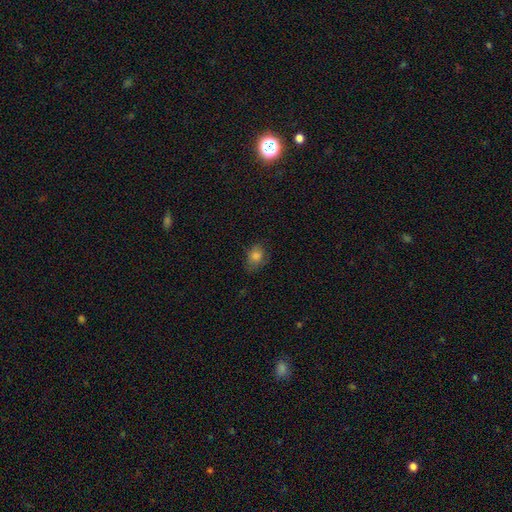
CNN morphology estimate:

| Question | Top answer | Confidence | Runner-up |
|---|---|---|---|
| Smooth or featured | smooth | 78% | star or artifact (12%) |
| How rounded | in between | 66% | round (33%) |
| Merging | none | 65% | minor disturbance (26%) |